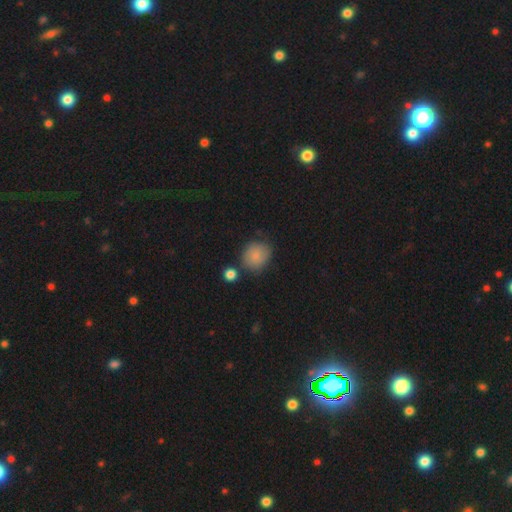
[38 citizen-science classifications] smooth-or-featured: smooth: 76% | featured or disk: 16% | star or artifact: 8%
  how-rounded: round: 62% | in between: 34% | cigar-shaped: 3%
  merging: none: 57% | minor disturbance: 23% | merger: 14% | major disturbance: 6%